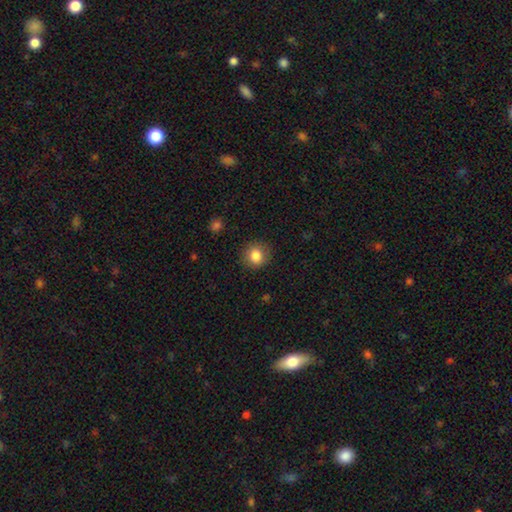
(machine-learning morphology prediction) smooth-or-featured: smooth: 85% | star or artifact: 10% | featured or disk: 6%
  how-rounded: round: 85% | in between: 14% | cigar-shaped: 1%
  merging: none: 88% | minor disturbance: 9% | major disturbance: 3% | merger: 1%